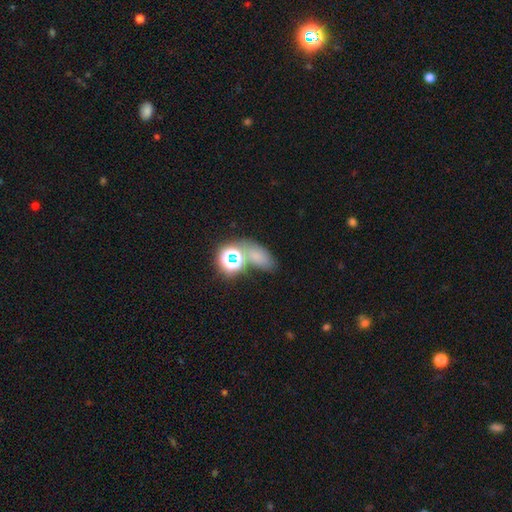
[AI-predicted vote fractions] Smooth or featured? smooth (55%)
How rounded? in between (76%)
Merging? none (55%)